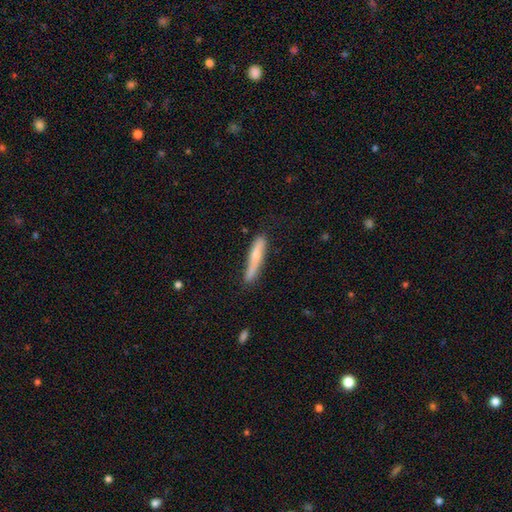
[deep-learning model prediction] Smooth or featured: smooth — 63% (featured or disk — 32%)
How rounded: cigar-shaped — 91% (in between — 8%)
Merging: none — 70% (minor disturbance — 23%)